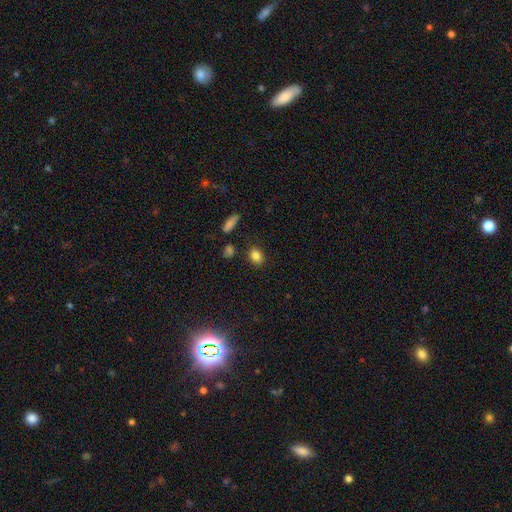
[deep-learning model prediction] A smooth galaxy with no disk features (84%) that is in between round and cigar-shaped (56%). Merging: none (84%).